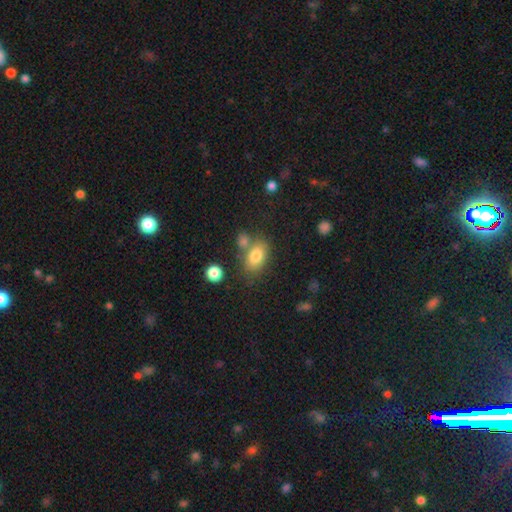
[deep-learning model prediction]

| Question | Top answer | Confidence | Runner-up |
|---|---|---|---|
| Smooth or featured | smooth | 80% | featured or disk (11%) |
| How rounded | in between | 84% | round (14%) |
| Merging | none | 58% | merger (21%) |